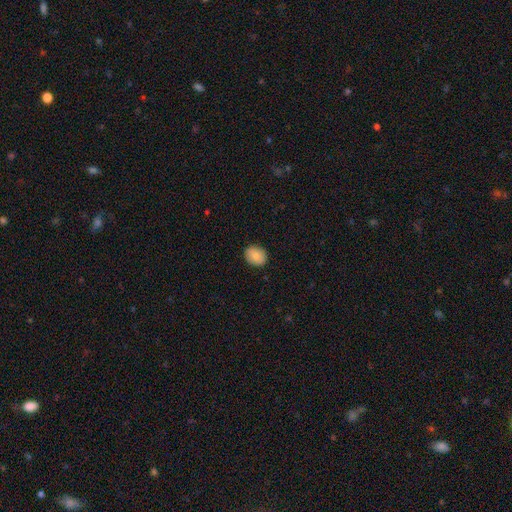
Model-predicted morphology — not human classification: The model was most divided on "how rounded": in between: 51%, round: 48%, cigar-shaped: 1%. More confident: merging — none (88%); smooth or featured — smooth (87%).